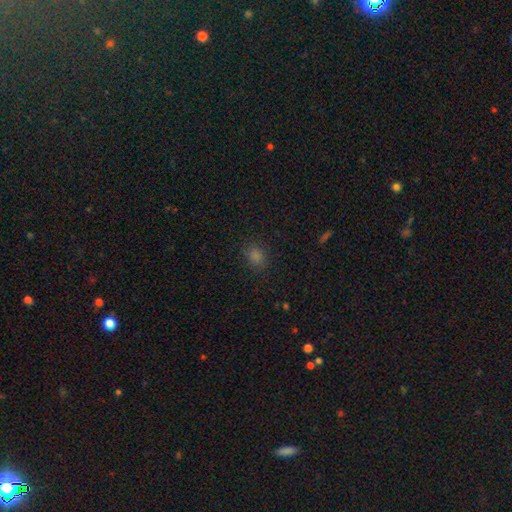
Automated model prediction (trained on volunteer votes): Q: Smooth or featured?
A: smooth (75%); runner-up: star or artifact (20%)
Q: How rounded?
A: round (56%); runner-up: in between (42%)
Q: Merging?
A: none (87%); runner-up: minor disturbance (9%)